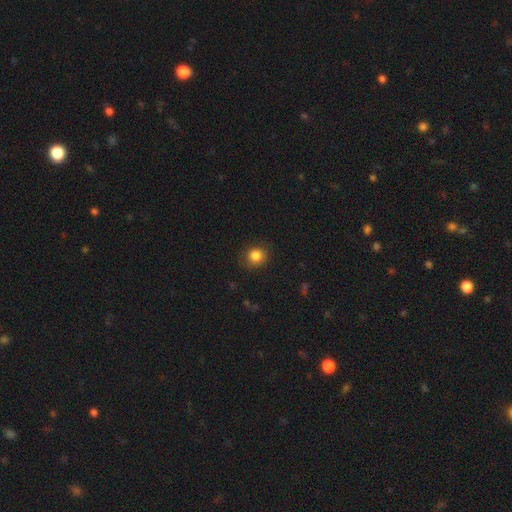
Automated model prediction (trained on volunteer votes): This appears to be a smooth galaxy with no disk features (85%) that is round (83%). Merging: none (84%).